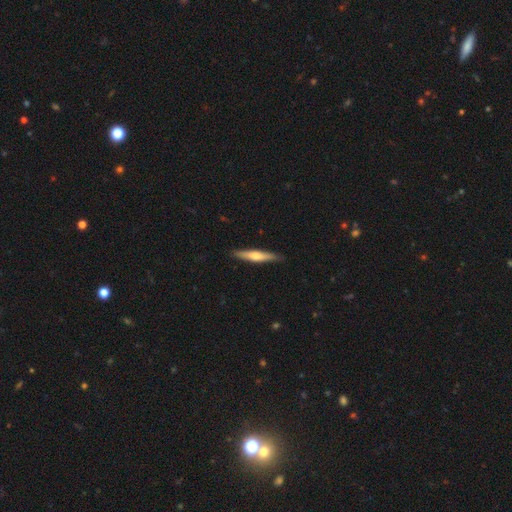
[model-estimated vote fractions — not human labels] featured or disk 50%, smooth 45%, star or artifact 5%. Down the decision tree: merging — none (88%).